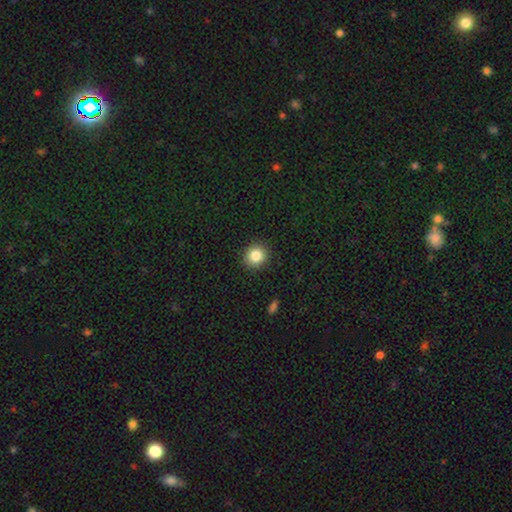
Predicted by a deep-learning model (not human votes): Smooth or featured? smooth (85%)
How rounded? round (88%)
Merging? none (91%)